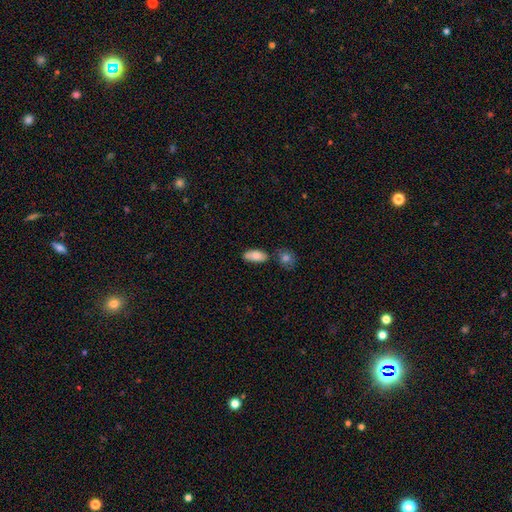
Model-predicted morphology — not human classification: The model was most divided on "merging": none: 67%, minor disturbance: 16%, merger: 14%, major disturbance: 4%. More confident: how rounded — in between (88%); smooth or featured — smooth (78%).